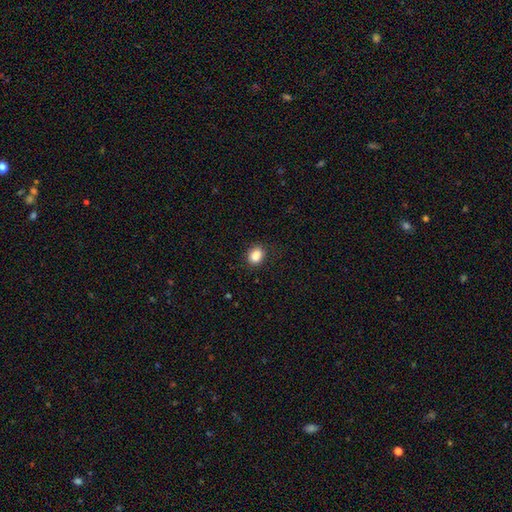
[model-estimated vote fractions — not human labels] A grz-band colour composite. It shows a smooth galaxy with no disk features (87%) that is in between round and cigar-shaped (53%). Merging: none (85%).